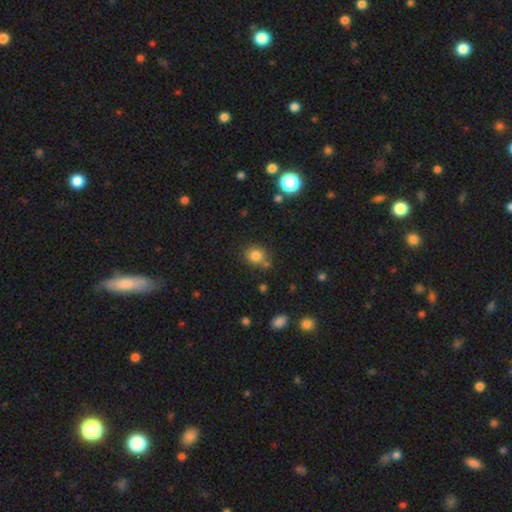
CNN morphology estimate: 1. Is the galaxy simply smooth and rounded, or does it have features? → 81% smooth, 13% star or artifact, 6% featured or disk.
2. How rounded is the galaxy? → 77% round, 22% in between, 1% cigar-shaped.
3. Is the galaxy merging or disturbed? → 69% none, 14% minor disturbance, 12% merger, 4% major disturbance.